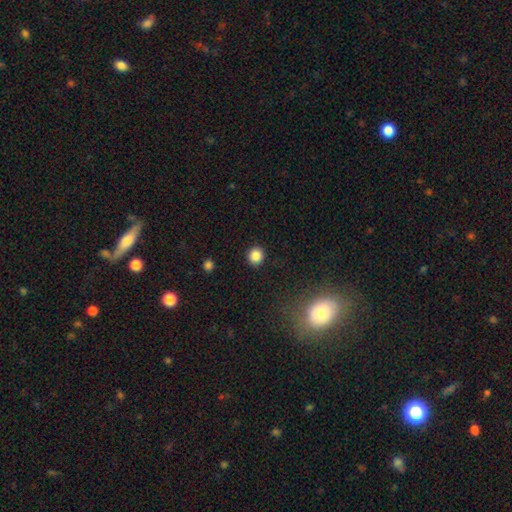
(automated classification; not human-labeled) Smooth or featured? Predicted: smooth (p=0.85). How rounded? Predicted: round (p=0.91). Merging? Predicted: none (p=0.91).